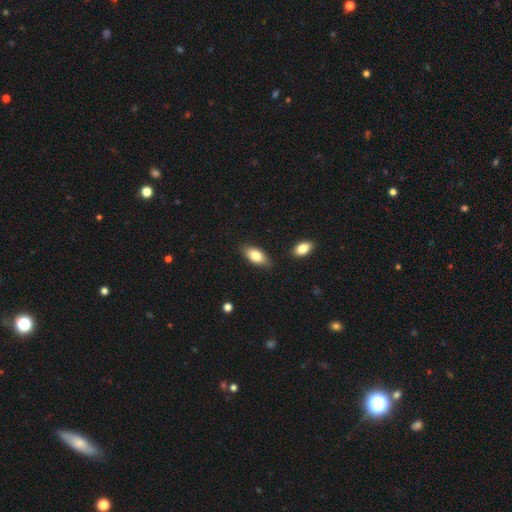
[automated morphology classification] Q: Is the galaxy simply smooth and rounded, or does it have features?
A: smooth — 79%.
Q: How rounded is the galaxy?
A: in between — 88%.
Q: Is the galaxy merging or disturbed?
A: none — 85%.